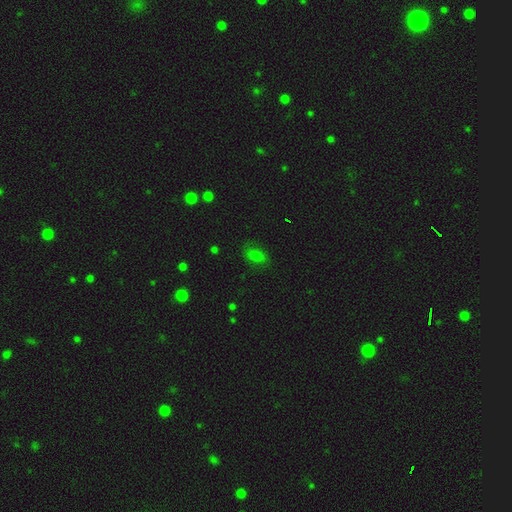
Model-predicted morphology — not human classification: This appears to be a smooth galaxy with no disk features (72%) that is in between round and cigar-shaped (82%). Merging: none (78%).